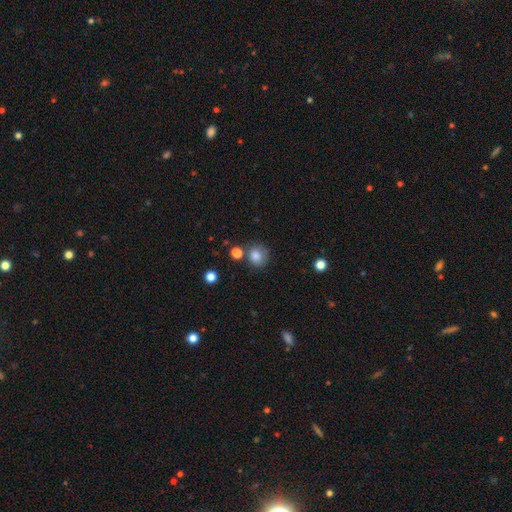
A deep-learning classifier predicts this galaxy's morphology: A smooth galaxy with no disk features (83%) that is round (81%). Merging: none (70%).